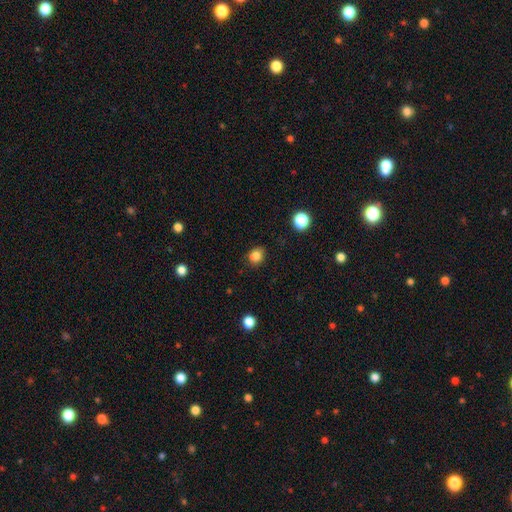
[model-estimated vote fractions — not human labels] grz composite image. It shows a smooth galaxy with no disk features (84%) that is round (65%). Merging: none (83%).